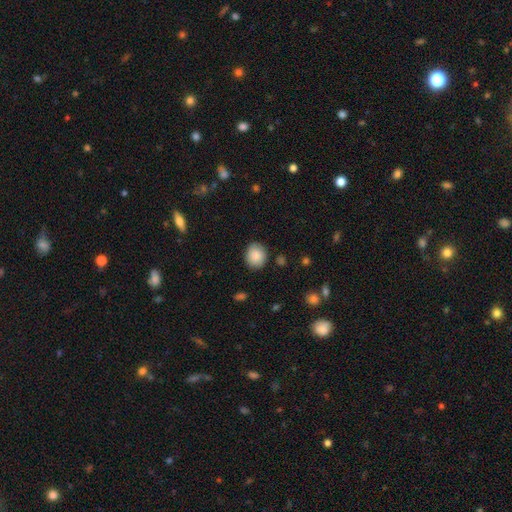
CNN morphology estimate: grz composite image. It shows a smooth galaxy with no disk features (87%) that is round (70%). Merging: none (86%).